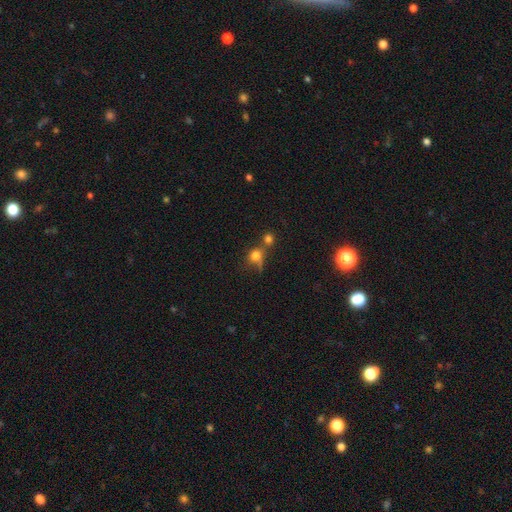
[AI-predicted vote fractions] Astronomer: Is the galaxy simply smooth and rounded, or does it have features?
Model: smooth — 73%.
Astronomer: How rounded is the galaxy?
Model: round — 78%.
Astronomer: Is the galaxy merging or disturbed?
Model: none — 38% (runner-up: merger, 36%).